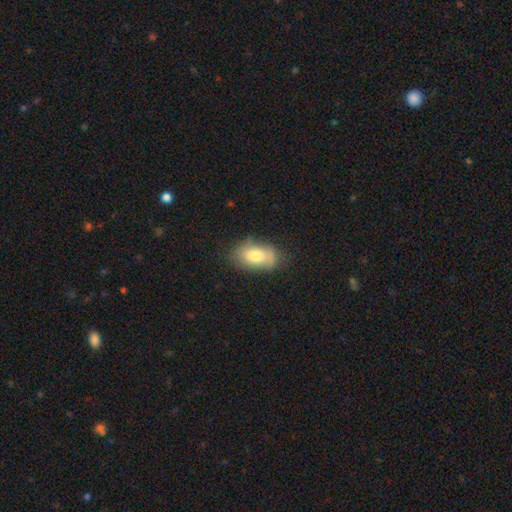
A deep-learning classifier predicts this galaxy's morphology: type=smooth (74%); roundness=in between (90%); merging=none (66%).